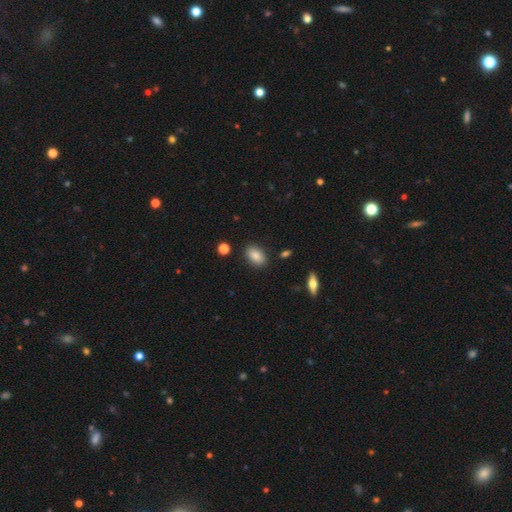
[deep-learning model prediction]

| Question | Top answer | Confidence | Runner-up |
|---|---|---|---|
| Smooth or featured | smooth | 87% | star or artifact (8%) |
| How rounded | in between | 90% | round (8%) |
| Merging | none | 86% | minor disturbance (9%) |